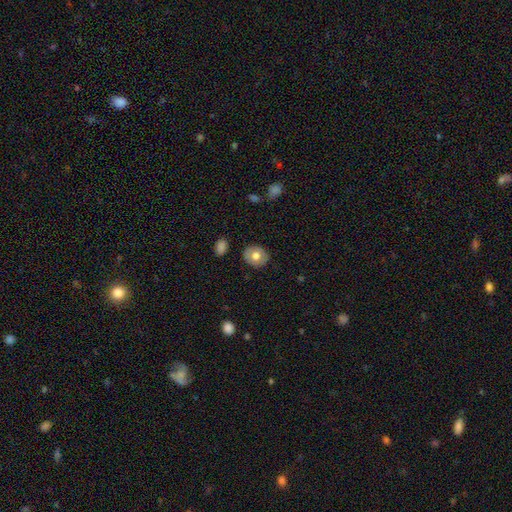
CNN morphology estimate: Smooth or featured: smooth — 68% (featured or disk — 24%)
How rounded: round — 69% (in between — 31%)
Merging: none — 85% (minor disturbance — 11%)